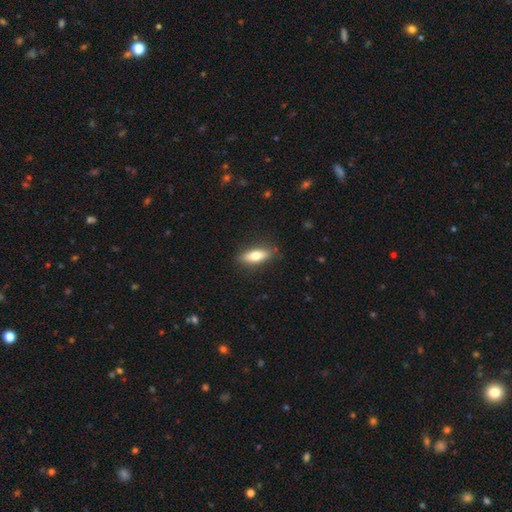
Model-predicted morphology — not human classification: This is likely a smooth galaxy (74%). How rounded: likely in between (65%). Merging: clearly none (86%).